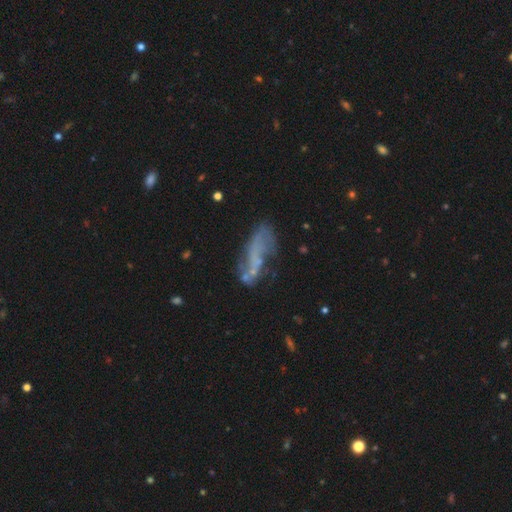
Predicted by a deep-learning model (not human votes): Overall: featured or disk (56%; smooth 31%). Edge-on disk: no (82%). Merging: none (49%; minor disturbance 23%).